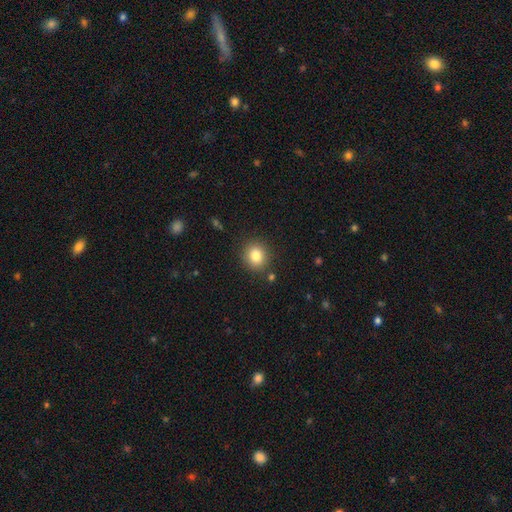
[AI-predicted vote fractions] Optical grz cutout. It shows a smooth galaxy with no disk features (82%) that is round (84%). Merging: none (87%).